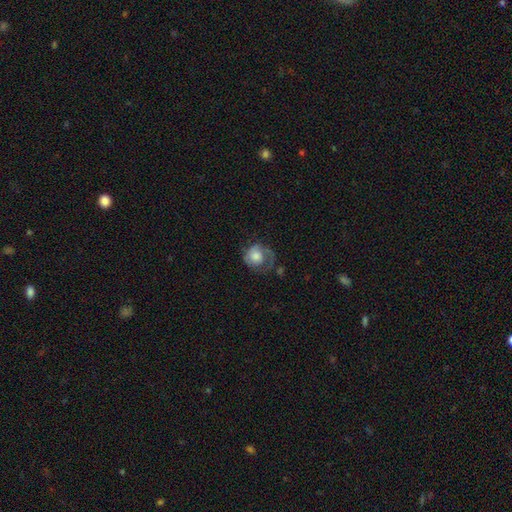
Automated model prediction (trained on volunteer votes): Smooth or featured? Predicted: smooth (p=0.50). Merging? Predicted: none (p=0.40).